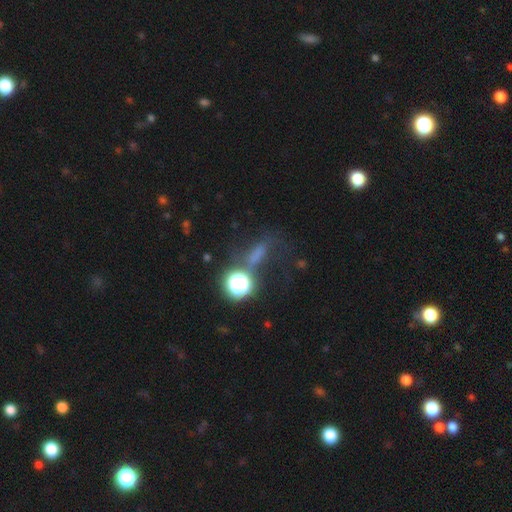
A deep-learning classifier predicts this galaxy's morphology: smooth 52%, star or artifact 33%, featured or disk 15%. Down the decision tree: how rounded — in between (41%); merging — none (53%).